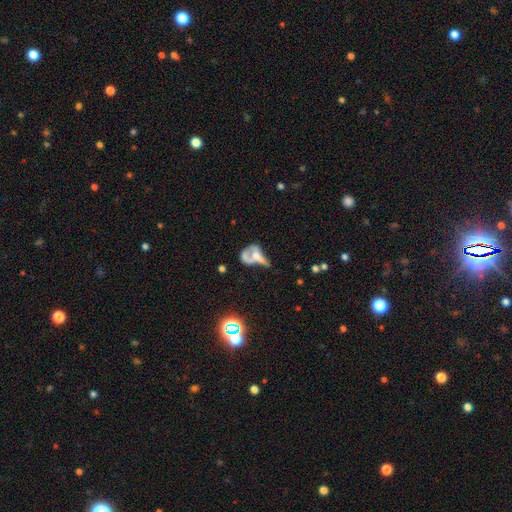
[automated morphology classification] The model was most divided on "merging": merger: 44%, major disturbance: 30%, none: 15%, minor disturbance: 11%. More confident: edge-on disk — no (91%); smooth or featured — featured or disk (53%).